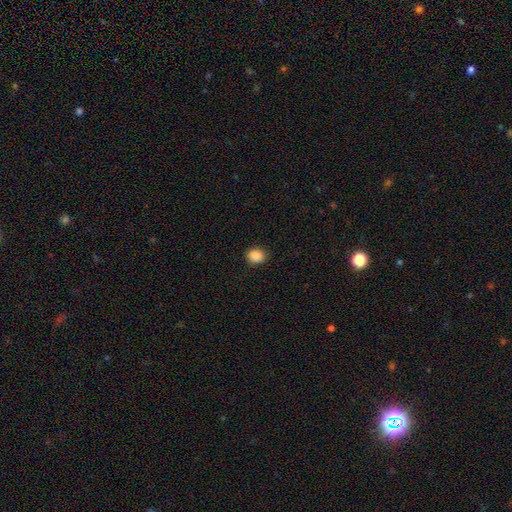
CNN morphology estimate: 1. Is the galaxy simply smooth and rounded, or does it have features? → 89% smooth, 9% star or artifact, 2% featured or disk.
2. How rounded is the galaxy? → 69% round, 30% in between, 1% cigar-shaped.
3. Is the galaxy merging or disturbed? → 89% none, 8% minor disturbance, 2% major disturbance, 1% merger.